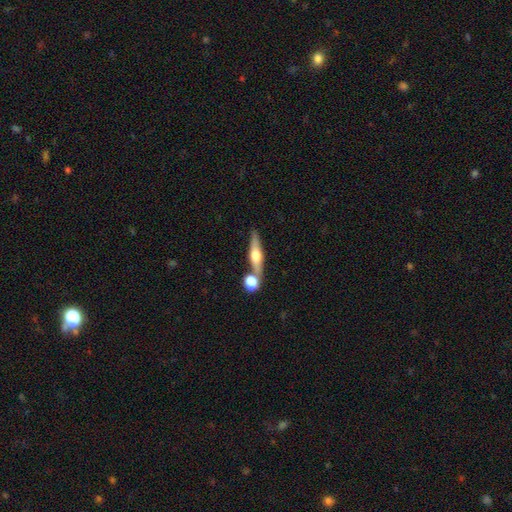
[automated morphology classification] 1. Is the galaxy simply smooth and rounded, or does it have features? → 63% featured or disk, 30% smooth, 7% star or artifact.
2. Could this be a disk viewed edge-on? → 94% yes, 6% no.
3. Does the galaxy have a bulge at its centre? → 93% rounded, 5% boxy, 2% none.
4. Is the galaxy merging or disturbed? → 68% none, 20% merger, 9% minor disturbance, 3% major disturbance.